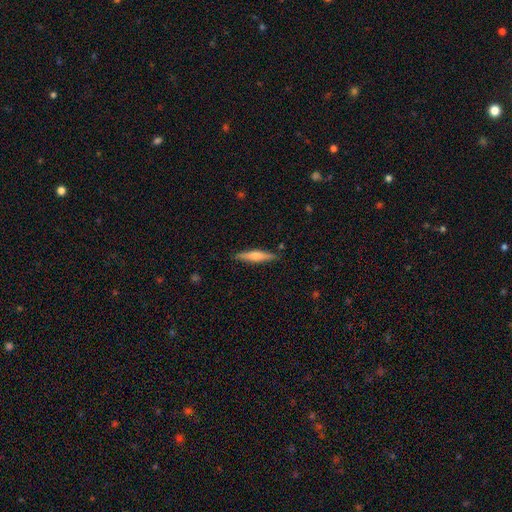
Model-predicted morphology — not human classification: Overall: smooth (54%; featured or disk 40%). How rounded: cigar-shaped (87%). Merging: none (88%).